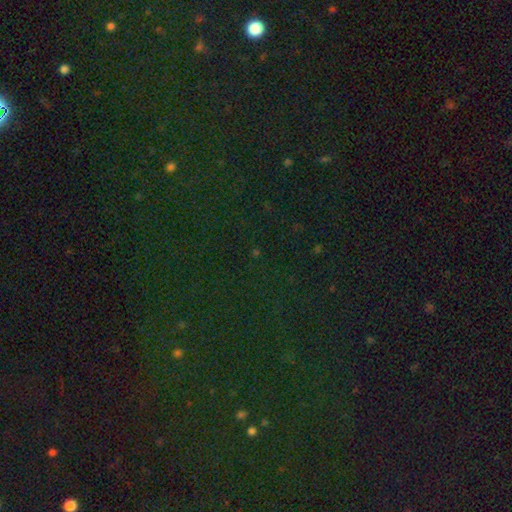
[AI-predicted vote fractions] This appears to be a star or artifact, not a galaxy (81%).